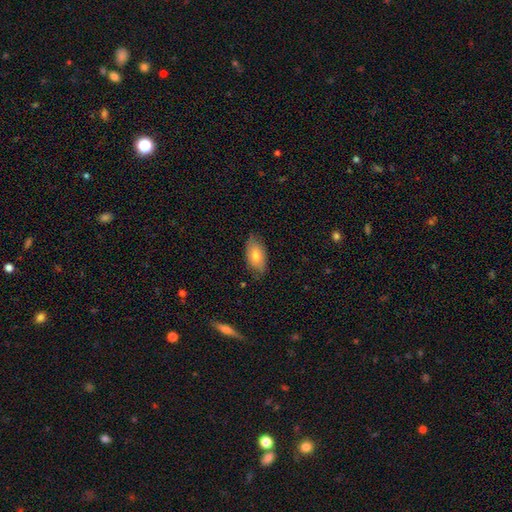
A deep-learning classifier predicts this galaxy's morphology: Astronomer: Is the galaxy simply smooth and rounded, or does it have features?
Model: smooth — 73%.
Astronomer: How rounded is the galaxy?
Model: in between — 92%.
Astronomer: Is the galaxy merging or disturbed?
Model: none — 77%.